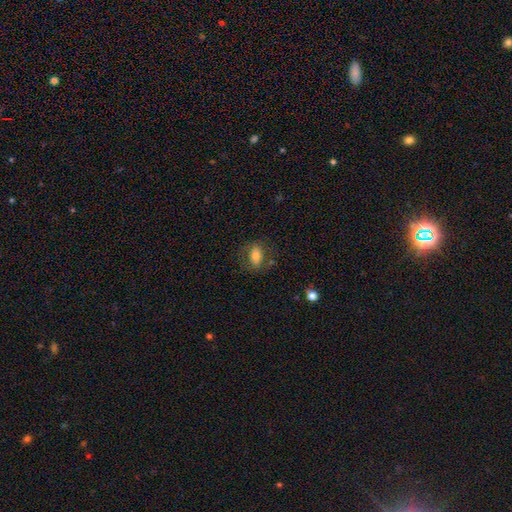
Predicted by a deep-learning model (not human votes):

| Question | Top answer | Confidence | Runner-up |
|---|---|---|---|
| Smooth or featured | smooth | 70% | featured or disk (21%) |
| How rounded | in between | 81% | round (15%) |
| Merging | none | 72% | minor disturbance (17%) |